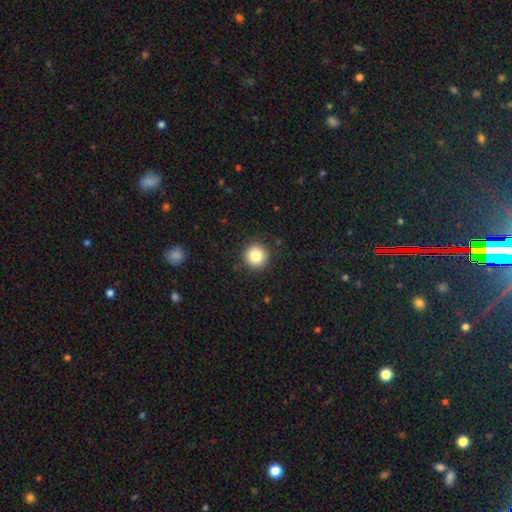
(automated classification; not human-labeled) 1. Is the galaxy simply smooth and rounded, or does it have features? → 83% smooth, 10% star or artifact, 7% featured or disk.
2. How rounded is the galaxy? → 95% round, 4% in between, 1% cigar-shaped.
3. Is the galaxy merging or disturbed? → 92% none, 5% minor disturbance, 2% major disturbance, 1% merger.